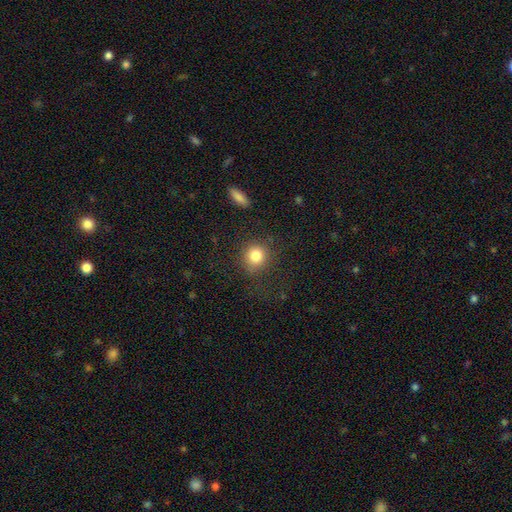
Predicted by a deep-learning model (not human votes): Smooth or featured?
  - smooth: 83% *
  - star or artifact: 10%
  - featured or disk: 7%
How rounded?
  - round: 87% *
  - in between: 12%
  - cigar-shaped: 1%
Merging?
  - none: 82% *
  - minor disturbance: 11%
  - major disturbance: 5%
  - merger: 2%